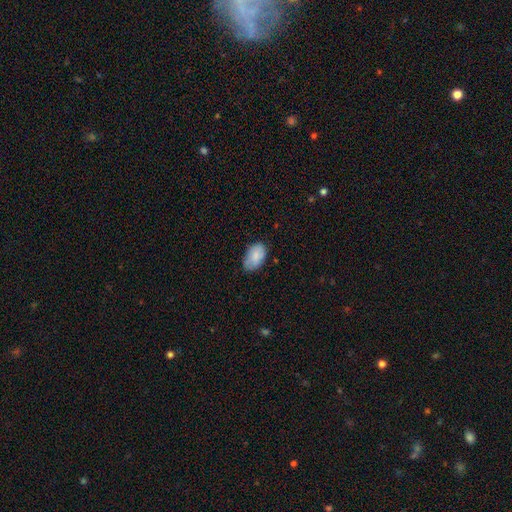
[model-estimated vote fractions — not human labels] A smooth galaxy with no disk features (81%) that is in between round and cigar-shaped (92%). Merging: none (68%).